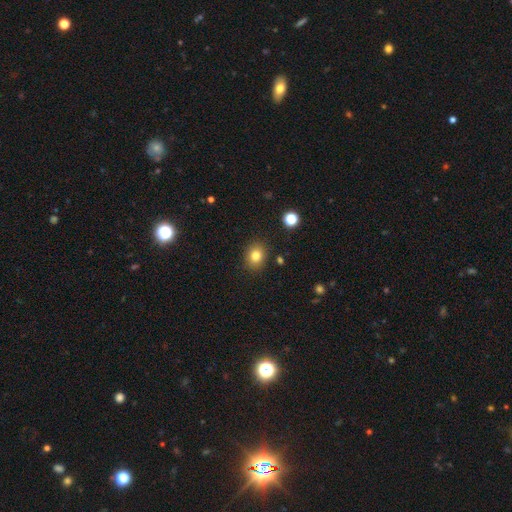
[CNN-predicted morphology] type=smooth (81%); roundness=round (58%); merging=none (87%).